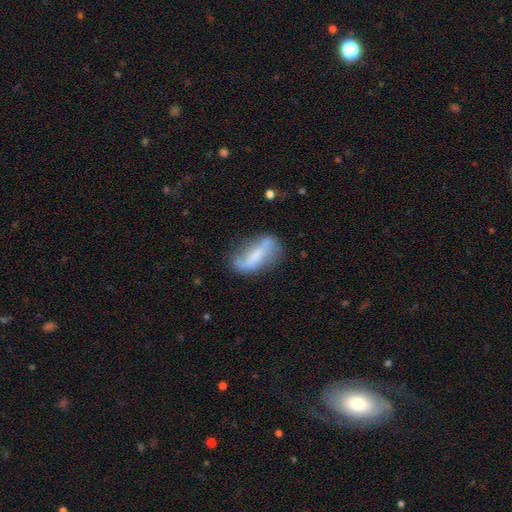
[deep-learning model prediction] featured or disk 50%, smooth 42%, star or artifact 8%. Down the decision tree: merging — none (53%).